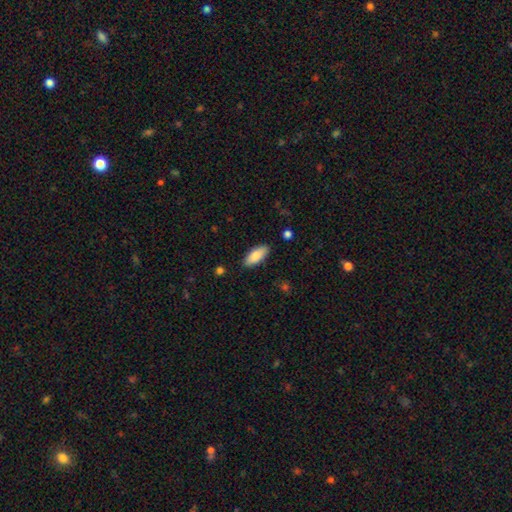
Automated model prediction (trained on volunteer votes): The model was most divided on "how rounded": in between: 83%, cigar-shaped: 16%, round: 2%. More confident: merging — none (87%); smooth or featured — smooth (85%).